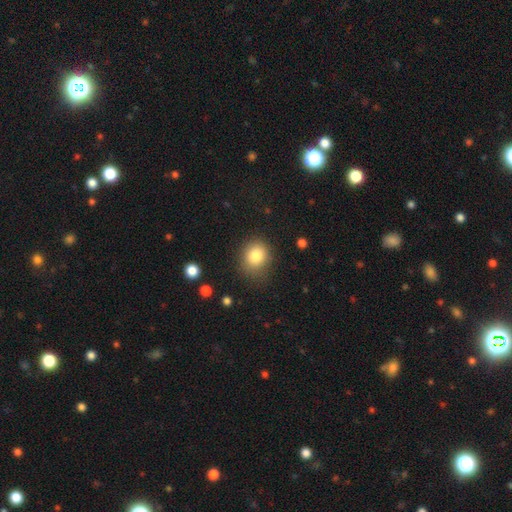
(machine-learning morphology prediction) Smooth or featured?
  - smooth: 83% *
  - star or artifact: 10%
  - featured or disk: 7%
How rounded?
  - round: 69% *
  - in between: 30%
  - cigar-shaped: 1%
Merging?
  - none: 75% *
  - minor disturbance: 17%
  - major disturbance: 6%
  - merger: 2%